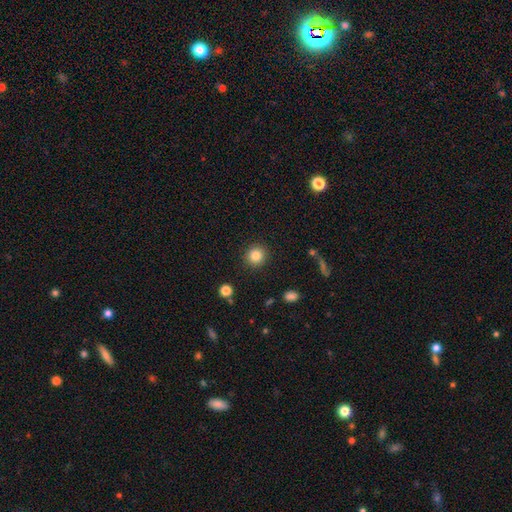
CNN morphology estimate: Overall: smooth (84%). How rounded: round (91%). Merging: none (91%).